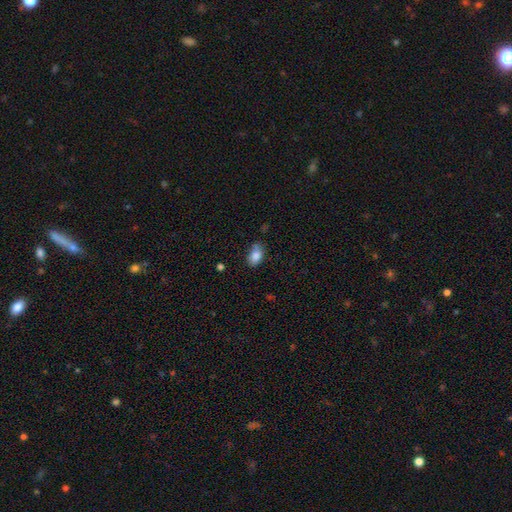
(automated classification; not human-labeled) Morphology: type=smooth (83%); roundness=in between (85%); merging=none (61%).